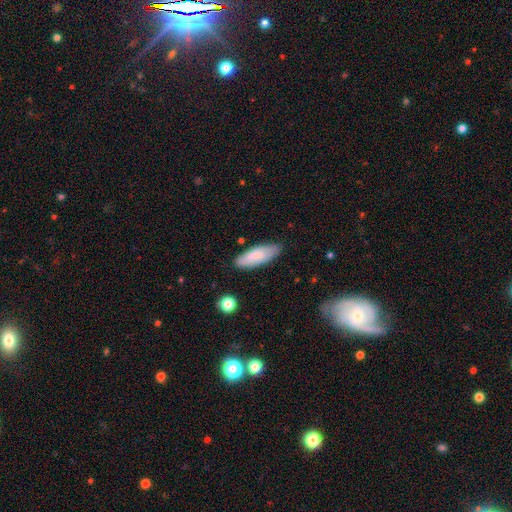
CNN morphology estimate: smooth_or_featured: smooth (p=0.78) [alt: featured or disk p=0.16]
how_rounded: in between (p=0.67) [alt: cigar-shaped p=0.32]
merging: none (p=0.81) [alt: minor disturbance p=0.15]